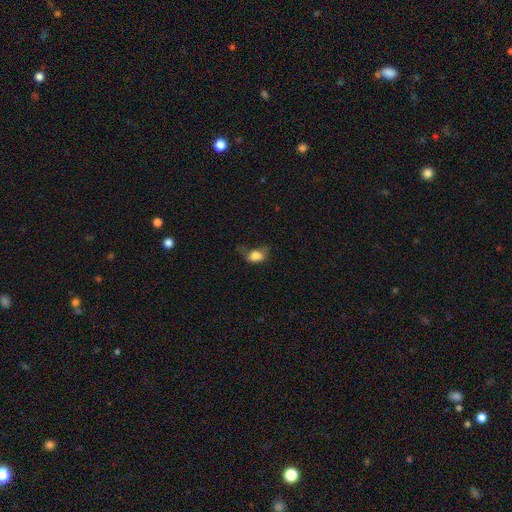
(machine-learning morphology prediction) Q: Smooth or featured?
A: smooth (79%); runner-up: featured or disk (11%)
Q: How rounded?
A: in between (77%); runner-up: round (21%)
Q: Merging?
A: minor disturbance (34%); runner-up: none (32%)